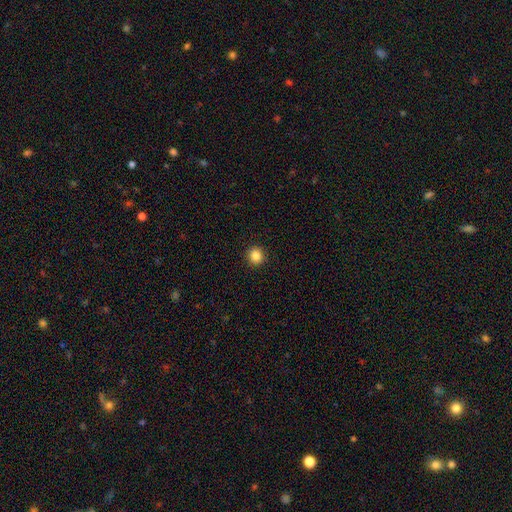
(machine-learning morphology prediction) smooth-or-featured: smooth: 86% | star or artifact: 11% | featured or disk: 4%
  how-rounded: round: 89% | in between: 10% | cigar-shaped: 1%
  merging: none: 92% | minor disturbance: 5% | major disturbance: 2% | merger: 1%